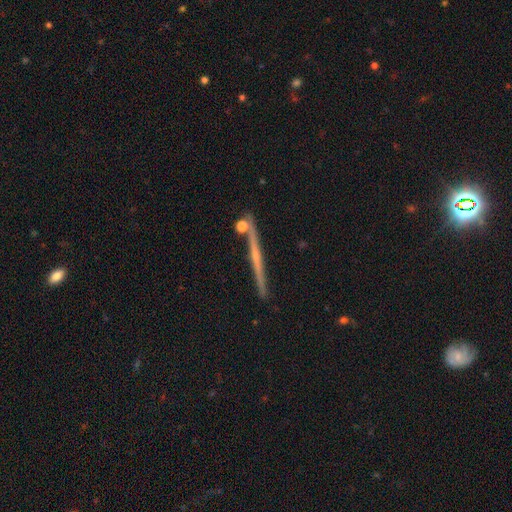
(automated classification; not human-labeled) Smooth or featured? Predicted: featured or disk (p=0.68). Edge-on disk? Predicted: yes (p=0.98). Edge-on bulge? Predicted: none (p=0.55). Merging? Predicted: none (p=0.86).